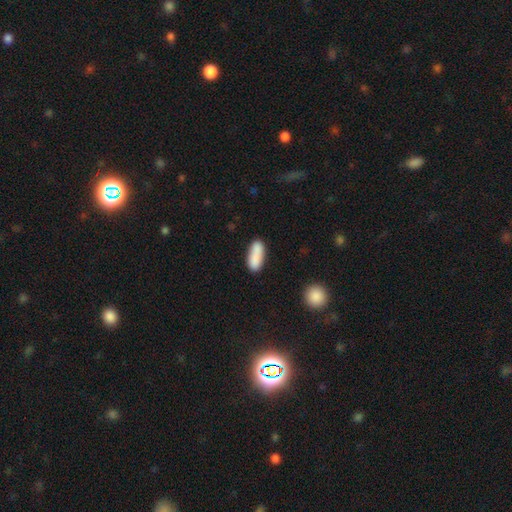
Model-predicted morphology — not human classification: Overall: smooth (86%). How rounded: in between (72%). Merging: none (73%).